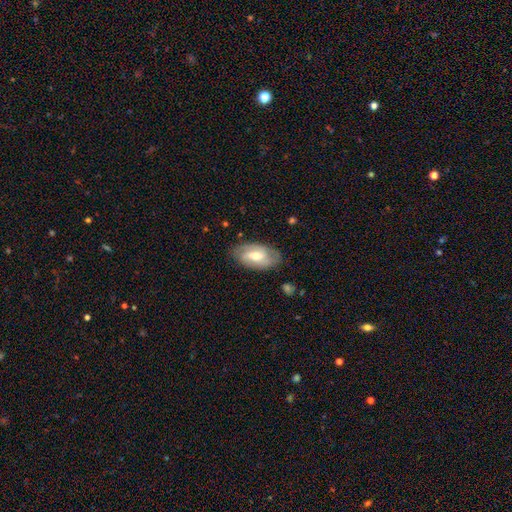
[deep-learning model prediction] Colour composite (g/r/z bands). It shows a featured or disk galaxy (63%) with a weak bar (48%), spiral arms (80%) and a moderate central bulge (61%). Merging: none (79%).